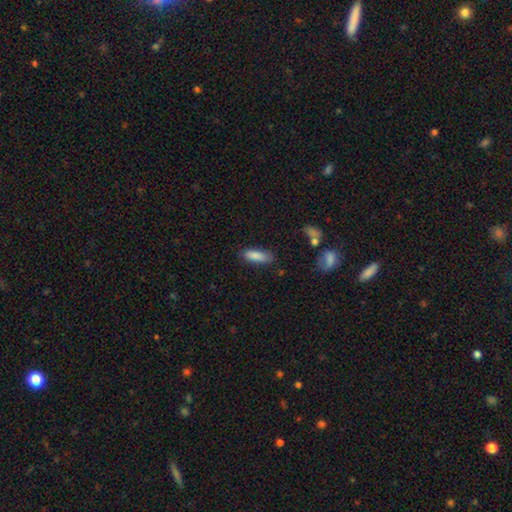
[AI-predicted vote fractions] Q: Smooth or featured?
A: smooth (87%); runner-up: featured or disk (7%)
Q: How rounded?
A: in between (62%); runner-up: cigar-shaped (37%)
Q: Merging?
A: none (79%); runner-up: minor disturbance (16%)